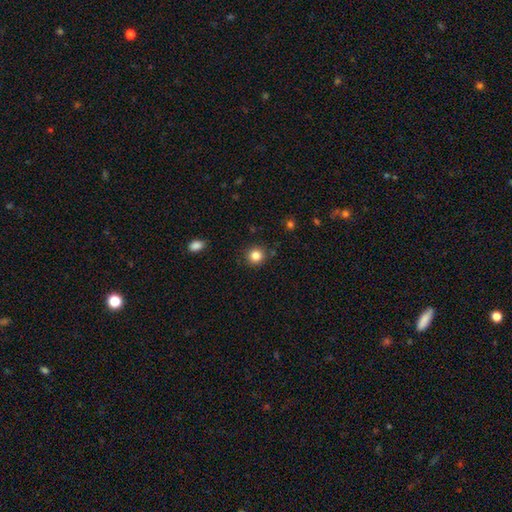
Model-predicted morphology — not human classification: type=smooth (84%); roundness=round (92%); merging=none (89%).